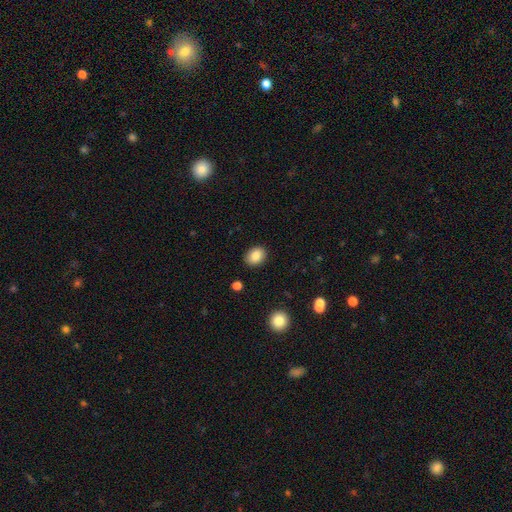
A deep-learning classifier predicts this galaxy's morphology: This appears to be a smooth galaxy with no disk features (86%) that is in between round and cigar-shaped (56%). Merging: none (89%).